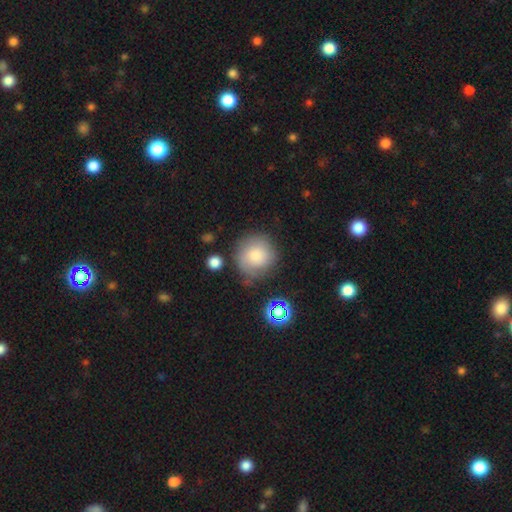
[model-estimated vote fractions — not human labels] A smooth galaxy with no disk features (71%) that is round (91%).

Vote fractions:
- Smooth or featured? smooth: 71% / featured or disk: 20% / star or artifact: 9%
- How rounded? round: 91% / in between: 8% / cigar-shaped: 1%
- Merging? none: 66% / minor disturbance: 21% / major disturbance: 8% / merger: 5%